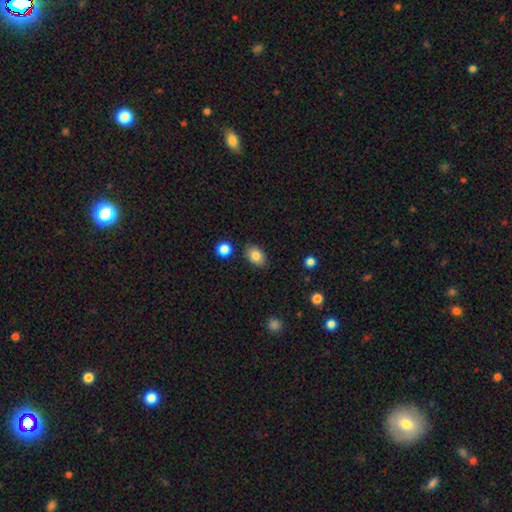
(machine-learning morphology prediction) Smooth or featured? smooth (84%)
How rounded? in between (82%)
Merging? none (85%)